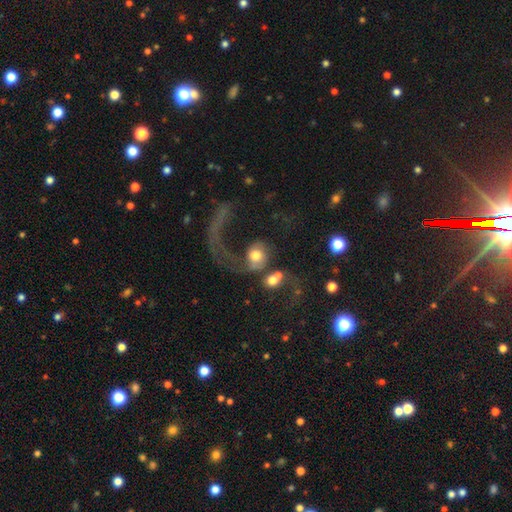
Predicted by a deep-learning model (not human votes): A smooth galaxy with no disk features (46%).

Vote fractions:
- Smooth or featured? smooth: 46% / featured or disk: 44% / star or artifact: 10%
- Merging? merger: 46% / major disturbance: 32% / none: 15% / minor disturbance: 7%